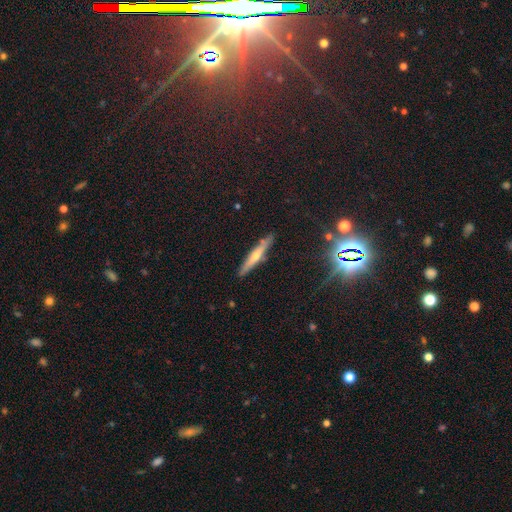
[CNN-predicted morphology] featured or disk 52%, smooth 37%, star or artifact 11%. Down the decision tree: edge-on disk — yes (93%); merging — none (88%).